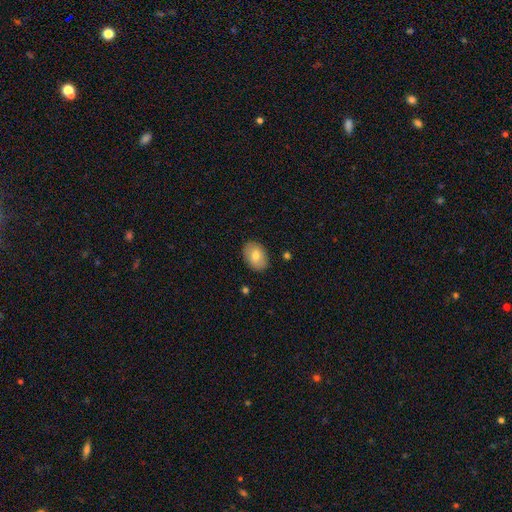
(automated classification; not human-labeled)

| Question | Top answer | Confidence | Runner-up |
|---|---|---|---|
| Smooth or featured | smooth | 75% | featured or disk (18%) |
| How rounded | in between | 83% | round (16%) |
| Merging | none | 87% | minor disturbance (9%) |